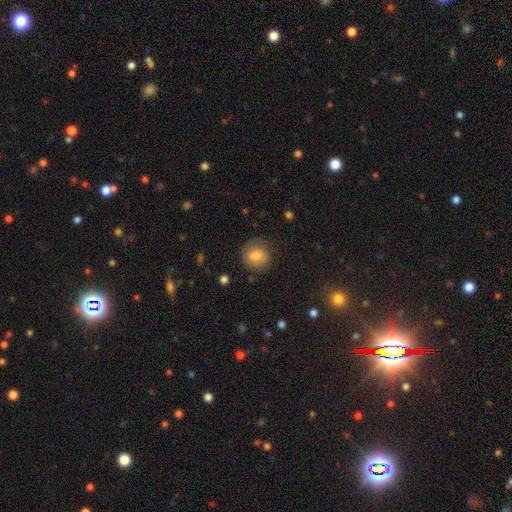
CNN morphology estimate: A smooth galaxy with no disk features (70%) that is round (77%).

Vote fractions:
- Smooth or featured? smooth: 70% / featured or disk: 21% / star or artifact: 9%
- How rounded? round: 77% / in between: 22% / cigar-shaped: 1%
- Merging? none: 69% / minor disturbance: 20% / major disturbance: 9% / merger: 2%